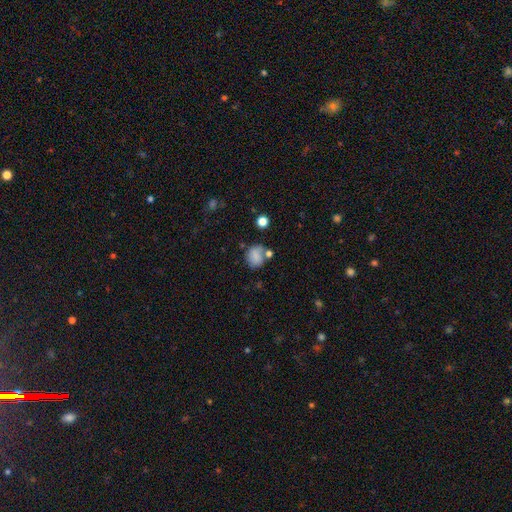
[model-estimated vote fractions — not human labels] A smooth galaxy with no disk features (78%) that is round (63%). Merging: none (52%).